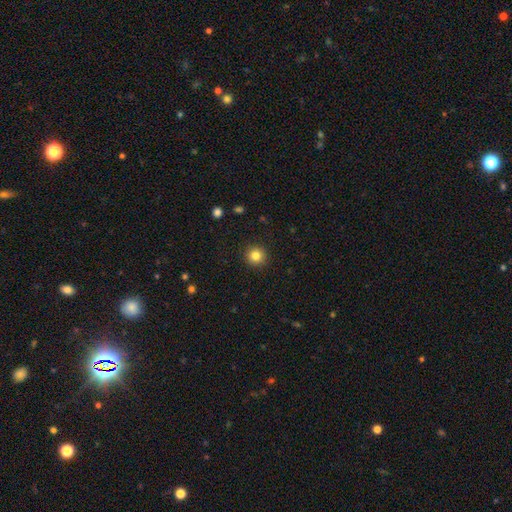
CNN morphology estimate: A smooth galaxy with no disk features (83%) that is round (95%).

Vote fractions:
- Smooth or featured? smooth: 83% / star or artifact: 11% / featured or disk: 6%
- How rounded? round: 95% / in between: 4% / cigar-shaped: 1%
- Merging? none: 92% / minor disturbance: 5% / major disturbance: 2% / merger: 1%